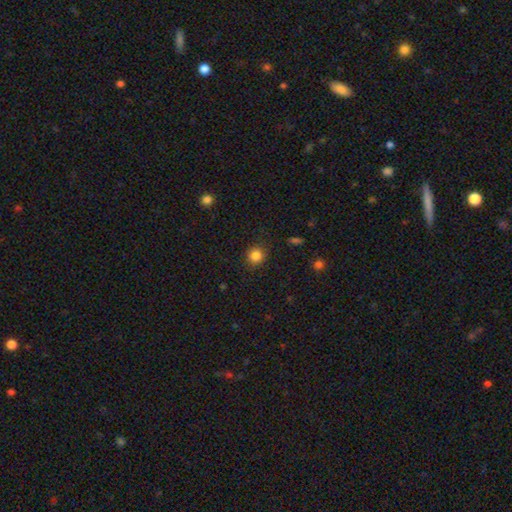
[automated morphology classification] This is clearly a smooth galaxy (84%). How rounded: clearly round (90%). Merging: clearly none (89%).